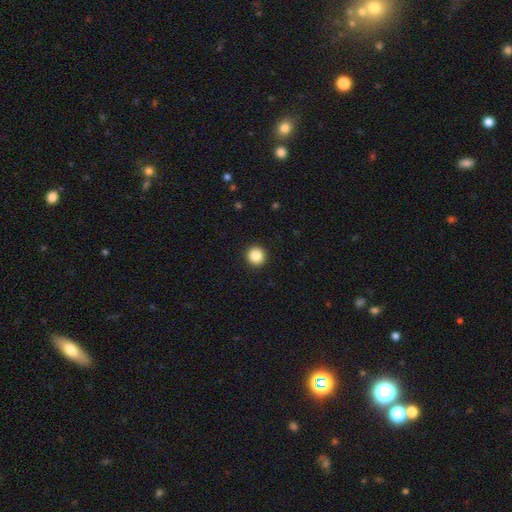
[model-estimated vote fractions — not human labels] This appears to be a smooth galaxy with no disk features (86%) that is round (94%). Merging: none (93%).